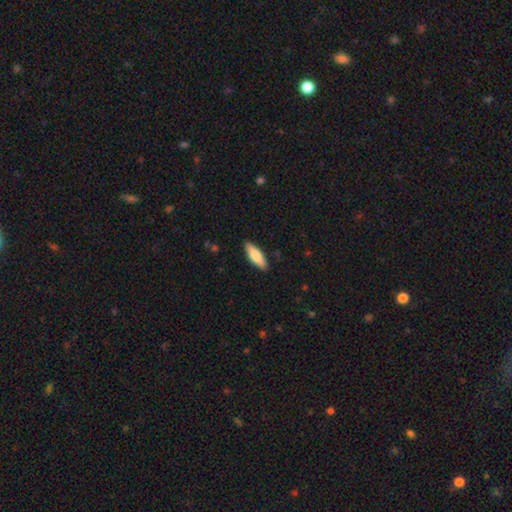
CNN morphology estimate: Q: Smooth or featured?
A: smooth (78%); runner-up: featured or disk (16%)
Q: How rounded?
A: in between (55%); runner-up: cigar-shaped (43%)
Q: Merging?
A: none (89%); runner-up: minor disturbance (9%)